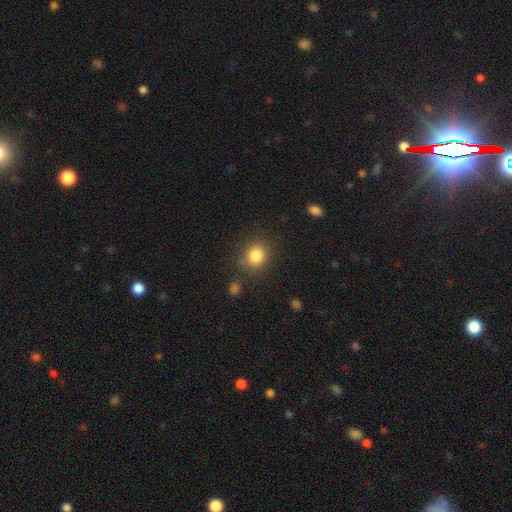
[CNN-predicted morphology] smooth-or-featured: smooth: 83% | star or artifact: 11% | featured or disk: 6%
  how-rounded: round: 80% | in between: 19% | cigar-shaped: 1%
  merging: none: 81% | minor disturbance: 11% | major disturbance: 4% | merger: 4%